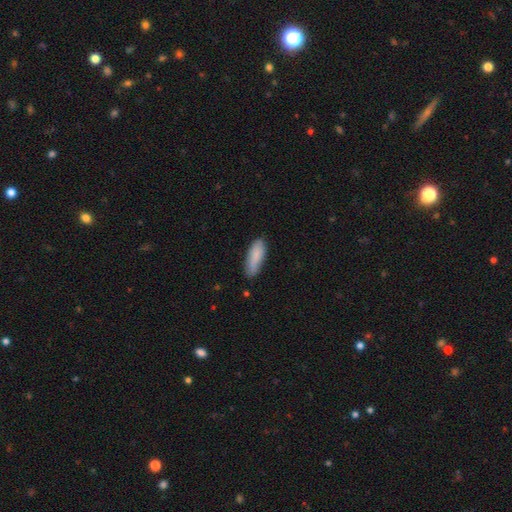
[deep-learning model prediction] Overall: smooth (85%). How rounded: in between (67%; cigar-shaped 32%). Merging: none (68%).